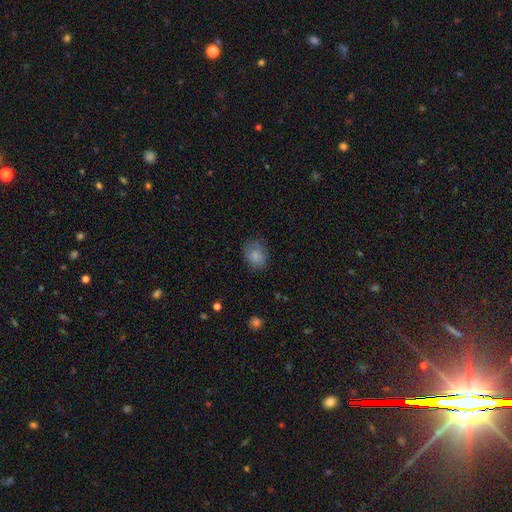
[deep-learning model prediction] Overall: smooth (83%). How rounded: in between (52%; round 47%). Merging: none (75%).